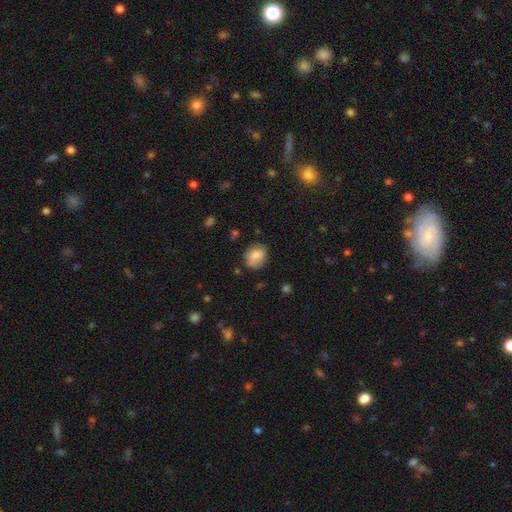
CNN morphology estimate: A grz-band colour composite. It shows a smooth galaxy with no disk features (80%) that is round (68%). Merging: none (71%).